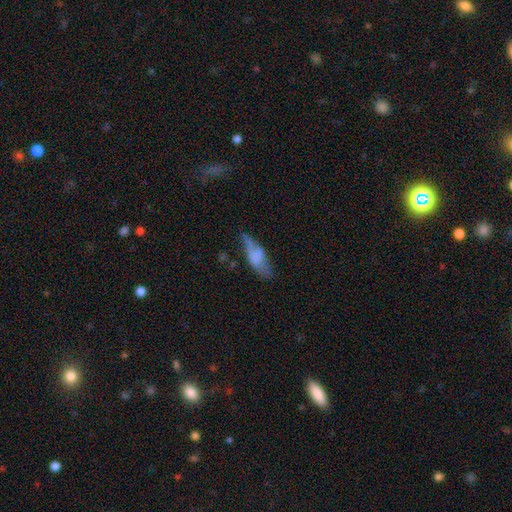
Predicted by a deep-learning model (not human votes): smooth-or-featured: smooth: 56% | featured or disk: 35% | star or artifact: 9%
  how-rounded: in between: 67% | cigar-shaped: 30% | round: 3%
  merging: none: 39% | minor disturbance: 33% | major disturbance: 23% | merger: 5%